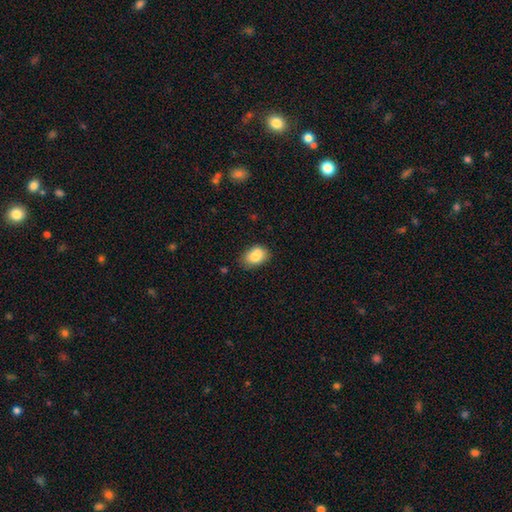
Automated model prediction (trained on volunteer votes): Smooth or featured? smooth (83%)
How rounded? in between (82%)
Merging? none (60%)